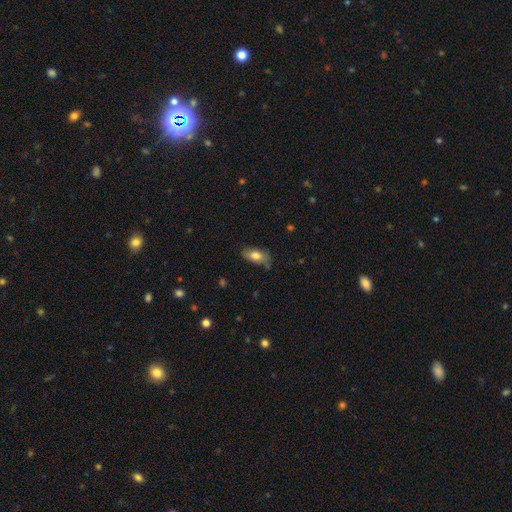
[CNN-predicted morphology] smooth-or-featured: smooth: 76% | featured or disk: 17% | star or artifact: 7%
  how-rounded: in between: 89% | cigar-shaped: 6% | round: 4%
  merging: none: 68% | minor disturbance: 25% | major disturbance: 5% | merger: 2%